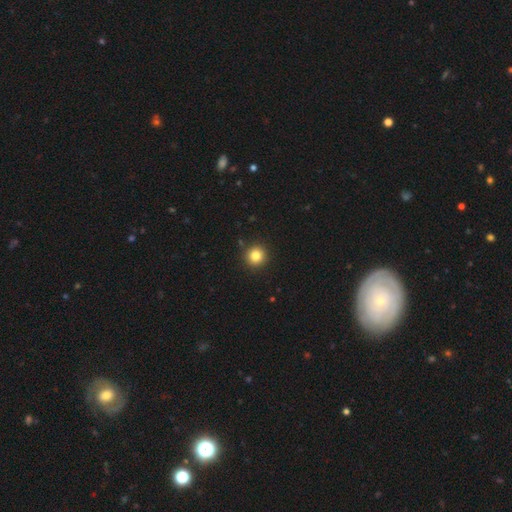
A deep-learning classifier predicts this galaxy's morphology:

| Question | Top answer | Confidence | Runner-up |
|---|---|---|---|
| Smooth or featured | smooth | 83% | star or artifact (11%) |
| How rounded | round | 95% | in between (4%) |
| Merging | none | 92% | minor disturbance (5%) |